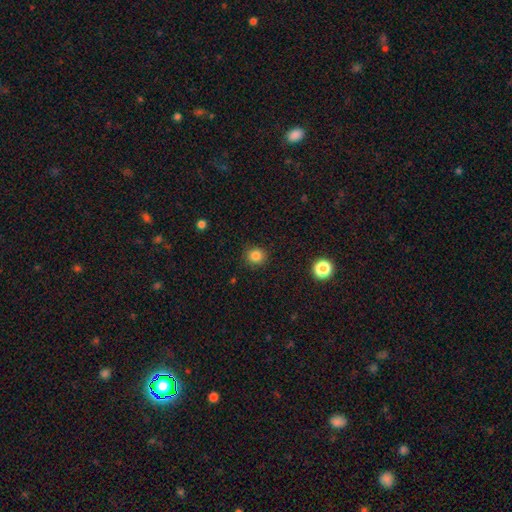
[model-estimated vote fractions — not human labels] Smooth or featured: smooth — 84% (star or artifact — 12%)
How rounded: round — 88% (in between — 11%)
Merging: none — 89% (minor disturbance — 8%)